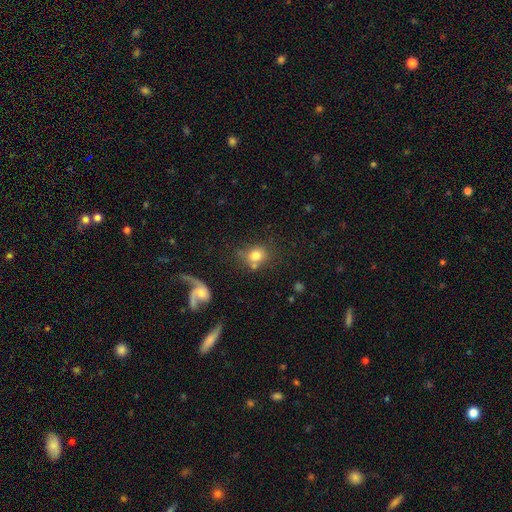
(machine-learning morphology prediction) This appears to be a smooth galaxy with no disk features (78%) that is round (70%). Merging: none (57%).